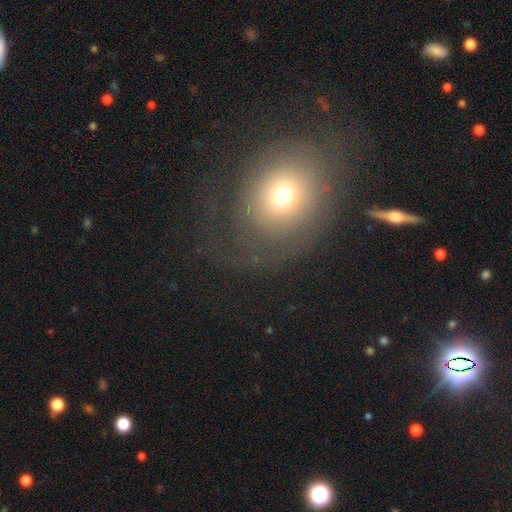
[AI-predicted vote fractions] This appears to be a smooth galaxy with no disk features (50%) that is round (59%). Merging: none (68%).